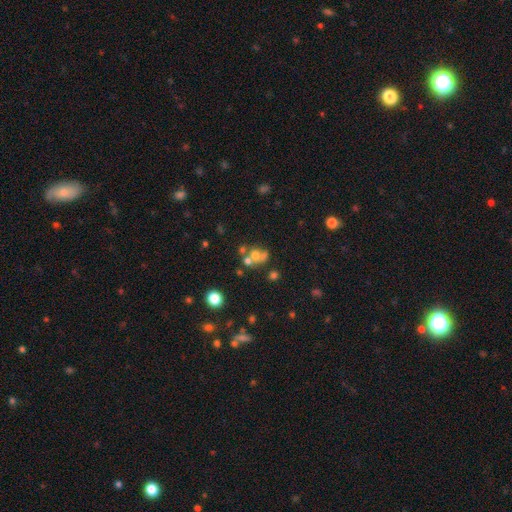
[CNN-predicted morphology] A smooth galaxy with no disk features (52%) that is round (65%). Merging: merger (48%).